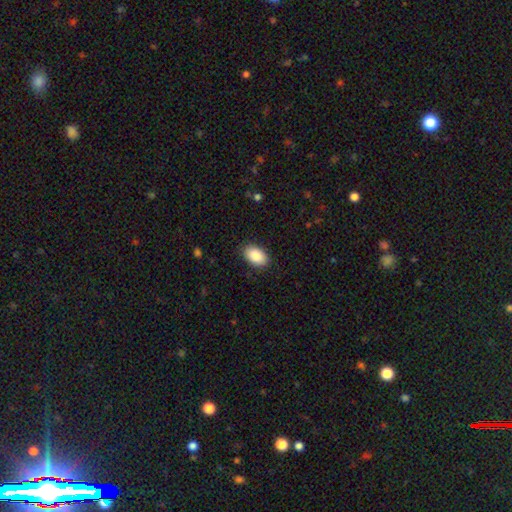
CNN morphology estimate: smooth 90%, star or artifact 6%, featured or disk 4%. Down the decision tree: how rounded — in between (93%); merging — none (88%).